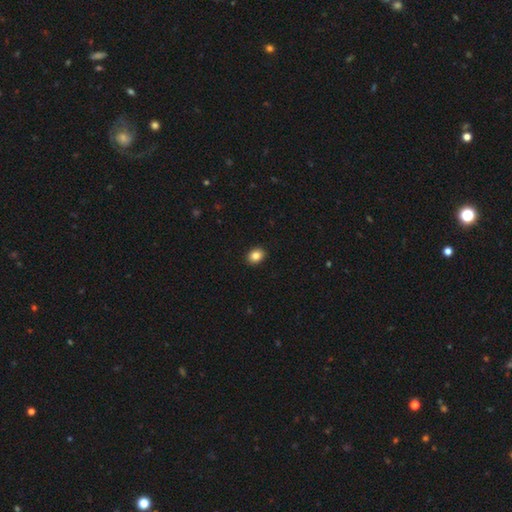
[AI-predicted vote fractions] smooth_or_featured: smooth (p=0.86) [alt: star or artifact p=0.09]
how_rounded: in between (p=0.54) [alt: round p=0.45]
merging: none (p=0.92) [alt: minor disturbance p=0.06]